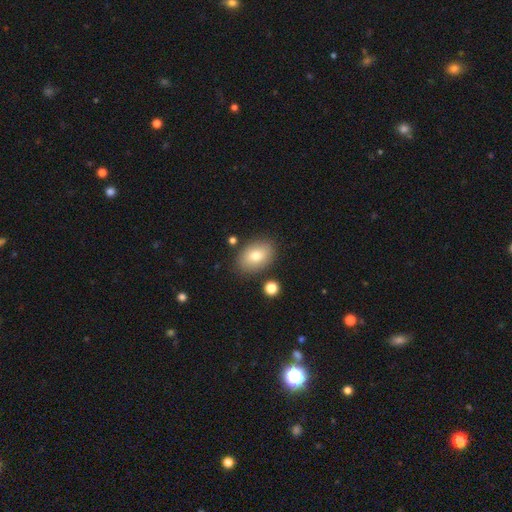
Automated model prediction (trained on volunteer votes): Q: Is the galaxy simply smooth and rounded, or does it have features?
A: smooth — 76%.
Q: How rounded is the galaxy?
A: in between — 85%.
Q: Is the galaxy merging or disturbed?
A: none — 83%.